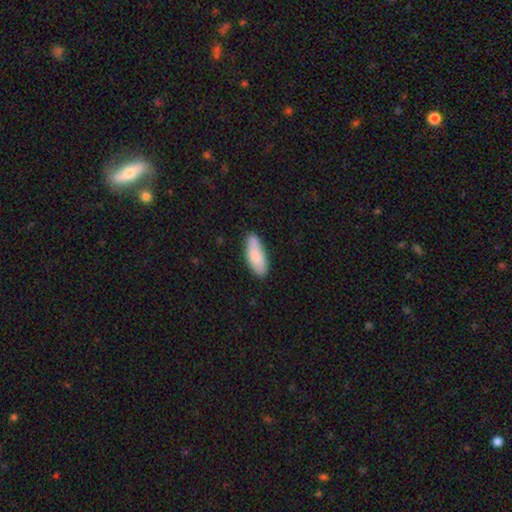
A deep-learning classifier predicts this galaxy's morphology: smooth_or_featured: smooth (p=0.83) [alt: featured or disk p=0.11]
how_rounded: in between (p=0.72) [alt: cigar-shaped p=0.26]
merging: none (p=0.73) [alt: minor disturbance p=0.20]